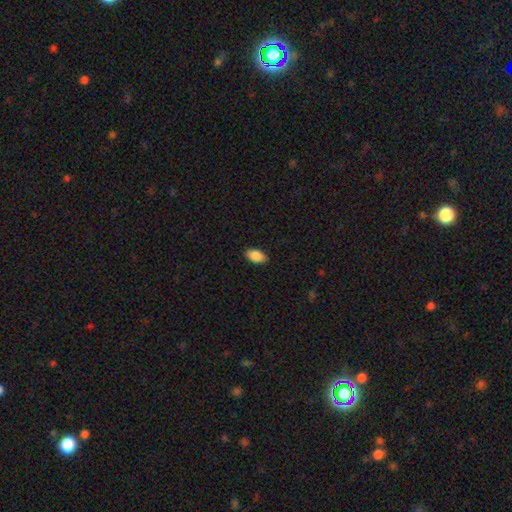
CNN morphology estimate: smooth-or-featured: smooth: 89% | star or artifact: 7% | featured or disk: 4%
  how-rounded: in between: 93% | round: 5% | cigar-shaped: 2%
  merging: none: 88% | minor disturbance: 9% | major disturbance: 2% | merger: 1%